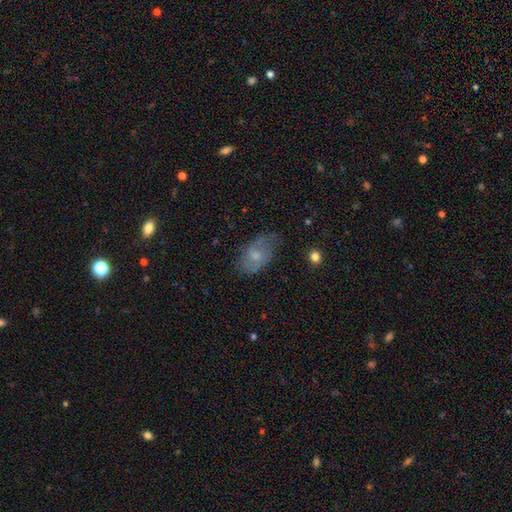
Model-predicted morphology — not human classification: A smooth galaxy with no disk features (52%) that is in between round and cigar-shaped (89%). Merging: none (64%).